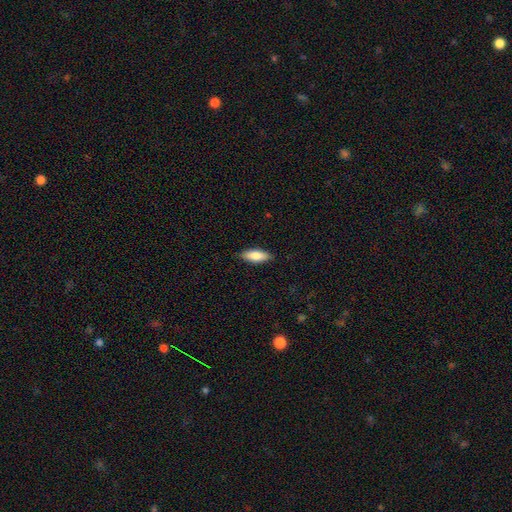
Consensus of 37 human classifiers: Smooth or featured? smooth (81%)
How rounded? in between (83%)
Merging? none (91%)